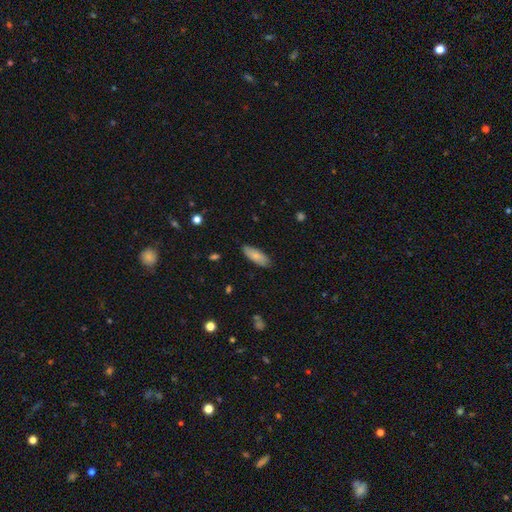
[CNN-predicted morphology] Smooth or featured?
  - smooth: 79% *
  - featured or disk: 15%
  - star or artifact: 6%
How rounded?
  - in between: 70% *
  - cigar-shaped: 28%
  - round: 2%
Merging?
  - none: 83% *
  - minor disturbance: 13%
  - major disturbance: 2%
  - merger: 1%